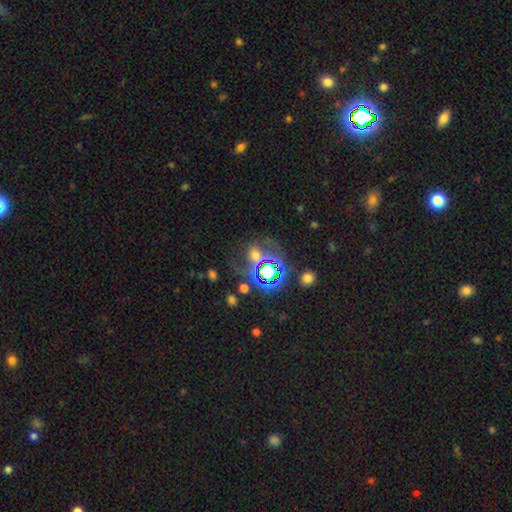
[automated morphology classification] smooth_or_featured: smooth (p=0.38) [tied with: star or artifact p=0.38]
merging: none (p=0.47) [alt: major disturbance p=0.23]